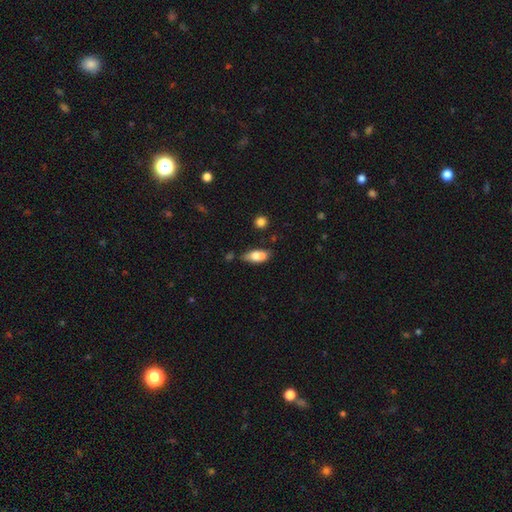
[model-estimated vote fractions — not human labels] A smooth galaxy with no disk features (70%) that is in between round and cigar-shaped (78%).

Vote fractions:
- Smooth or featured? smooth: 70% / featured or disk: 23% / star or artifact: 8%
- How rounded? in between: 78% / cigar-shaped: 17% / round: 5%
- Merging? none: 47% / merger: 28% / minor disturbance: 19% / major disturbance: 6%